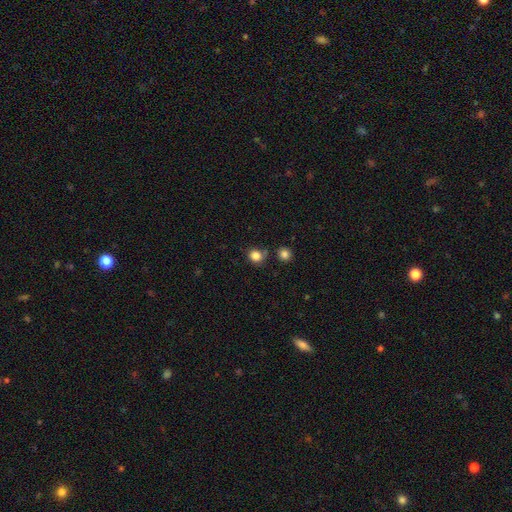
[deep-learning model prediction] Overall: smooth (84%). How rounded: round (81%). Merging: none (72%).